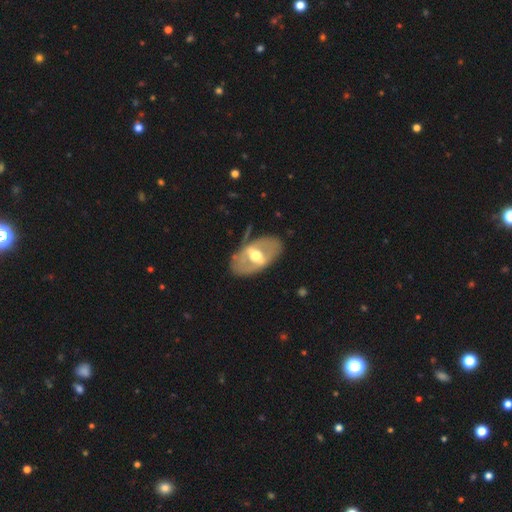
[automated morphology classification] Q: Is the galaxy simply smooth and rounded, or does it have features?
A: featured or disk — 69%.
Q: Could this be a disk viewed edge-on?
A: no — 87%.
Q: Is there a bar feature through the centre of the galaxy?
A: strong — 55%.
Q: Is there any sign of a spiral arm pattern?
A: no — 72%.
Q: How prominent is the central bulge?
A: moderate — 69%.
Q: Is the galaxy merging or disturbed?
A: none — 74%.